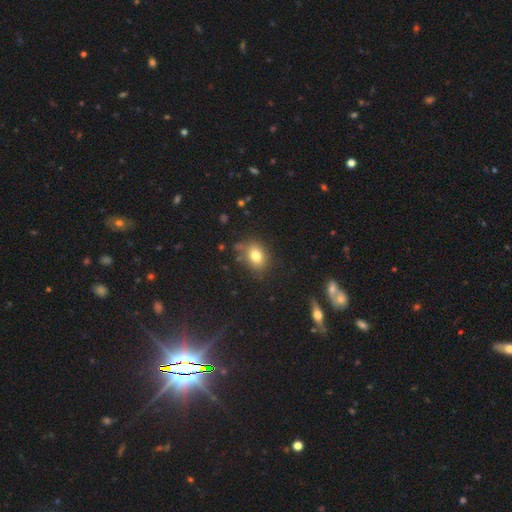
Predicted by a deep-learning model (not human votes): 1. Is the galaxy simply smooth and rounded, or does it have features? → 78% smooth, 12% star or artifact, 10% featured or disk.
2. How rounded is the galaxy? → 60% in between, 39% round, 1% cigar-shaped.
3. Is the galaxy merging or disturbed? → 75% none, 17% minor disturbance, 5% major disturbance, 3% merger.